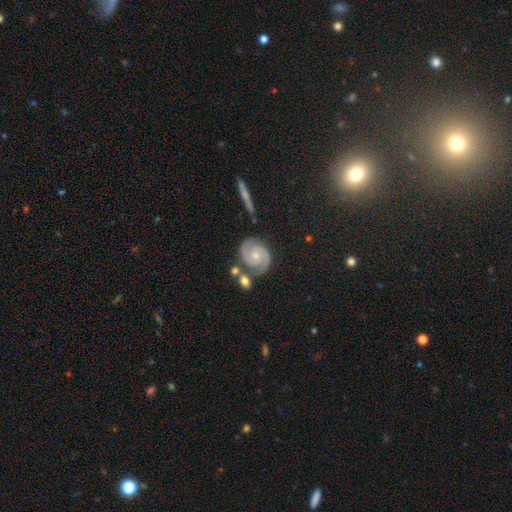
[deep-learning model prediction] smooth-or-featured: featured or disk: 89% | smooth: 6% | star or artifact: 5%
  disk-edge-on: no: 98% | yes: 2%
    bar: no: 73% | weak: 21% | strong: 5%
    has-spiral-arms: yes: 98% | no: 2%
      spiral-winding: tight: 55% | medium: 39% | loose: 6%
      spiral-arm-count: 2: 93% | can't tell: 2% | 3: 2% | 1: 1% | 4: 1% | more than 4: 1%
    bulge-size: small: 54% | moderate: 40% | none: 3% | large: 2% | dominant: 1%
  merging: none: 75% | minor disturbance: 13% | merger: 8% | major disturbance: 4%